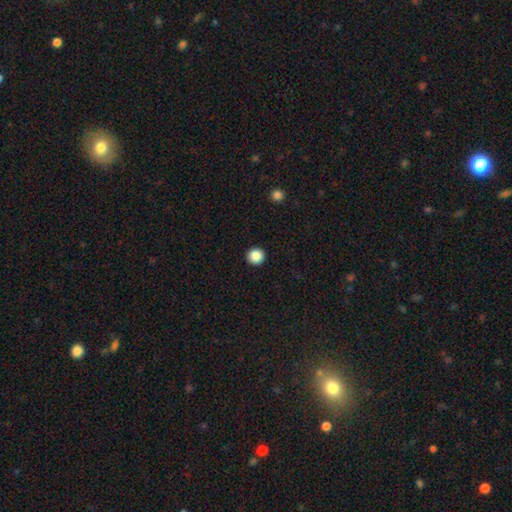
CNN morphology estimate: smooth 87%, star or artifact 10%, featured or disk 3%. Down the decision tree: how rounded — round (95%); merging — none (94%).